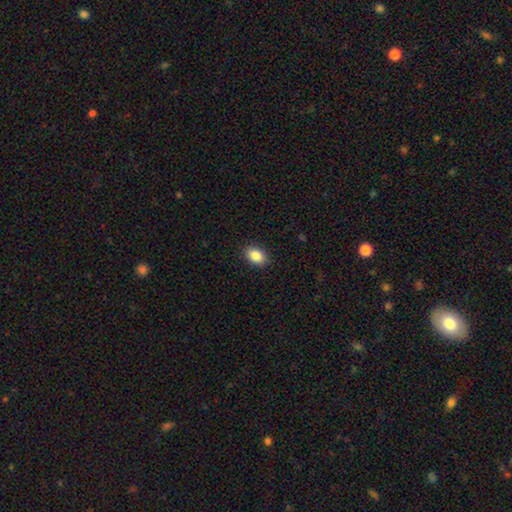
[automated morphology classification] A smooth galaxy with no disk features (87%) that is in between round and cigar-shaped (83%). Merging: none (89%).